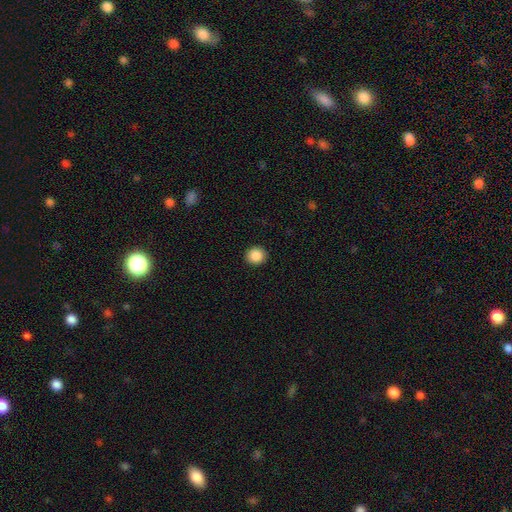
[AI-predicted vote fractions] This appears to be a smooth galaxy with no disk features (88%) that is round (88%). Merging: none (92%).